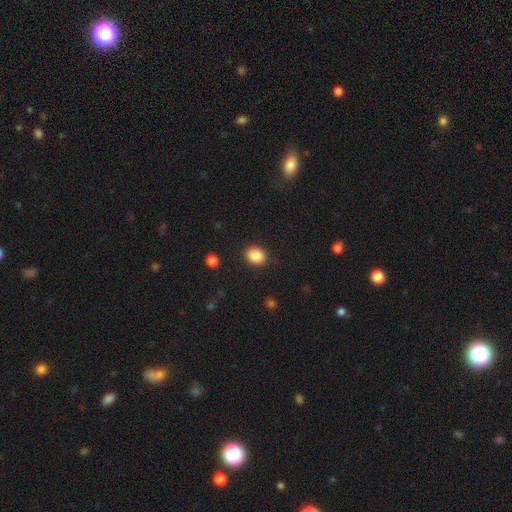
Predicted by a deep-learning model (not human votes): Overall: smooth (88%). How rounded: round (55%; in between 45%). Merging: none (89%).